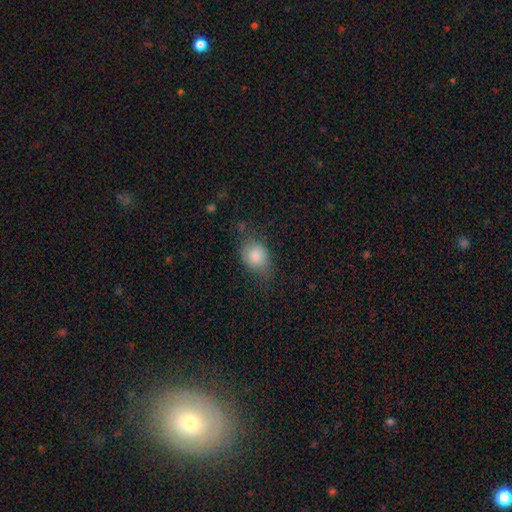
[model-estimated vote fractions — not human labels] Q: Smooth or featured?
A: smooth (80%); runner-up: featured or disk (11%)
Q: How rounded?
A: round (50%); runner-up: in between (48%)
Q: Merging?
A: none (53%); runner-up: minor disturbance (30%)